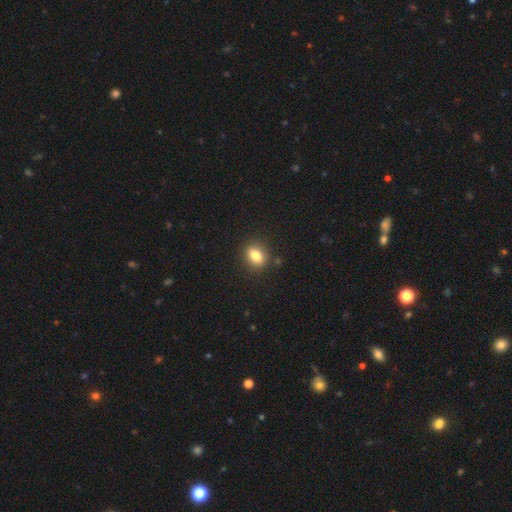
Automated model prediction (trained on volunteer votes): A smooth galaxy with no disk features (81%) that is in between round and cigar-shaped (68%).

Vote fractions:
- Smooth or featured? smooth: 81% / star or artifact: 10% / featured or disk: 9%
- How rounded? in between: 68% / round: 29% / cigar-shaped: 3%
- Merging? none: 87% / minor disturbance: 9% / major disturbance: 2% / merger: 2%